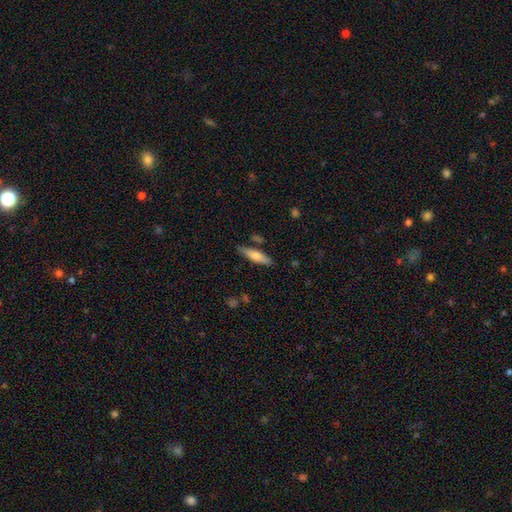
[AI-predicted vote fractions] smooth-or-featured: smooth: 64% | featured or disk: 30% | star or artifact: 6%
  how-rounded: cigar-shaped: 69% | in between: 29% | round: 2%
  merging: none: 80% | minor disturbance: 13% | merger: 5% | major disturbance: 3%